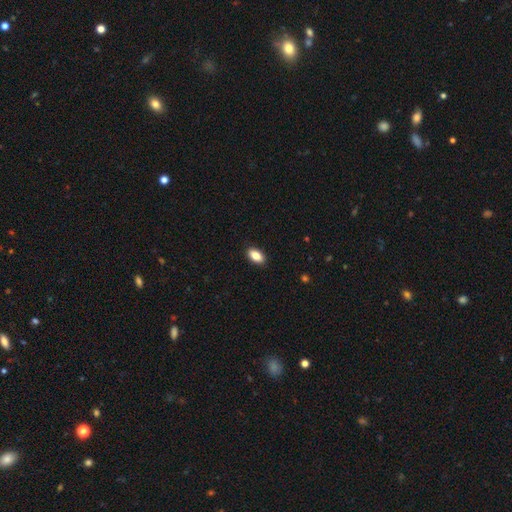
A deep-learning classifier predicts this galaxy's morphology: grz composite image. It shows a smooth galaxy with no disk features (84%) that is in between round and cigar-shaped (91%). Merging: none (90%).